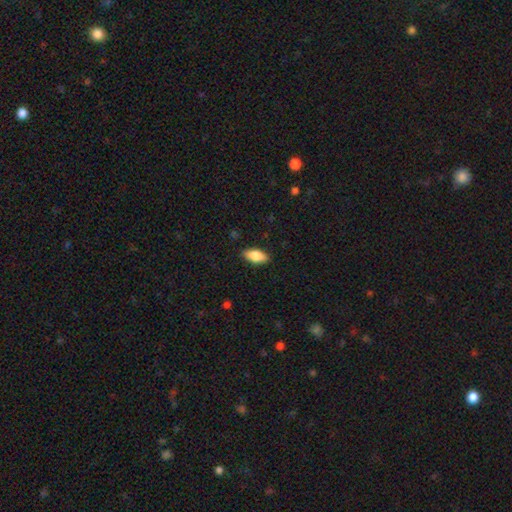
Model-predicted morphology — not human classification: A smooth galaxy with no disk features (78%) that is in between round and cigar-shaped (87%). Merging: none (88%).